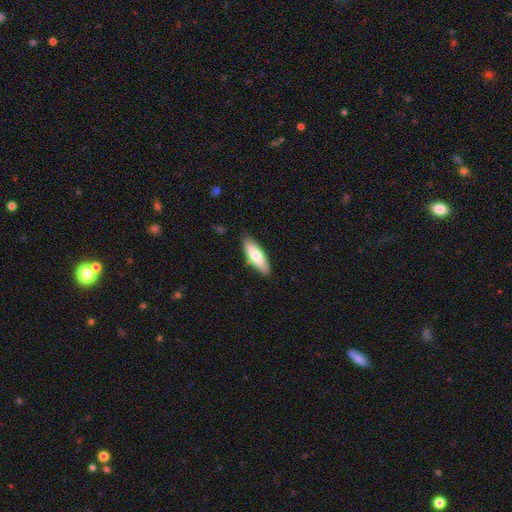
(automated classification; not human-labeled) Morphology: type=smooth (70%); roundness=cigar-shaped (51%); merging=none (86%).